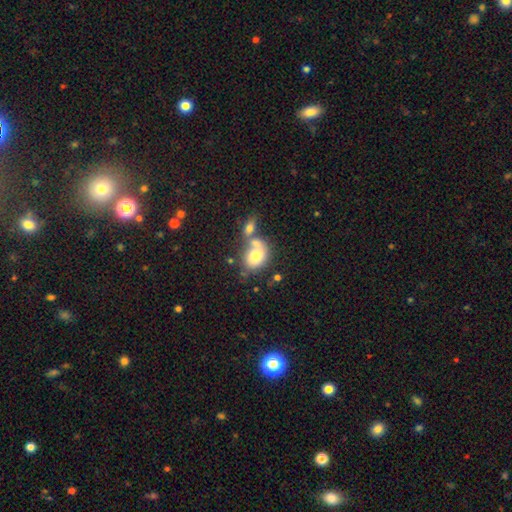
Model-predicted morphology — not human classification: A smooth galaxy with no disk features (74%) that is in between round and cigar-shaped (71%). Merging: merger (50%).